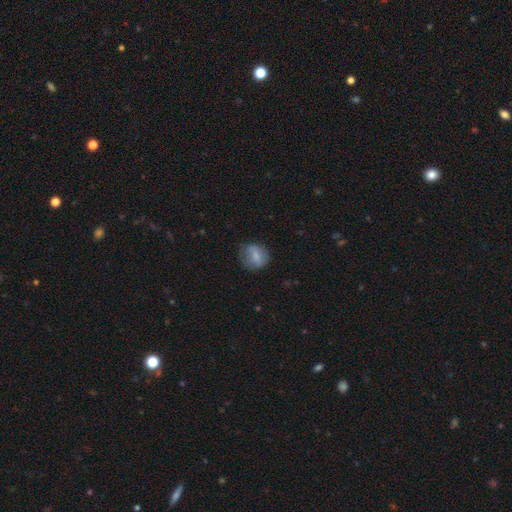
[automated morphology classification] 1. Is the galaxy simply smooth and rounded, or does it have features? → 68% smooth, 24% featured or disk, 9% star or artifact.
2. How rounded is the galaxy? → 67% round, 32% in between, 2% cigar-shaped.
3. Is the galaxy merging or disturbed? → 68% none, 22% minor disturbance, 9% major disturbance, 2% merger.